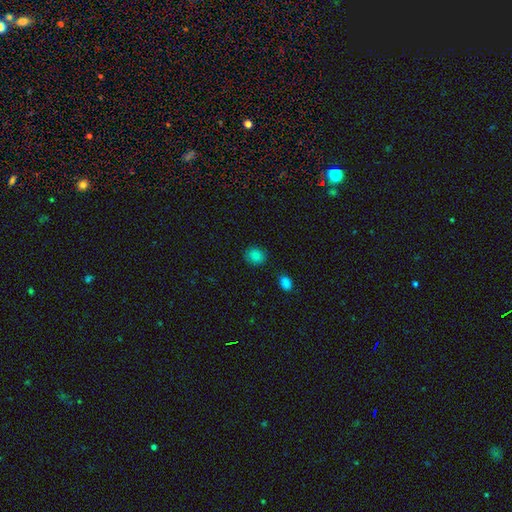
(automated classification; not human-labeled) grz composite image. It shows a smooth galaxy with no disk features (85%) that is round (65%). Merging: none (84%).